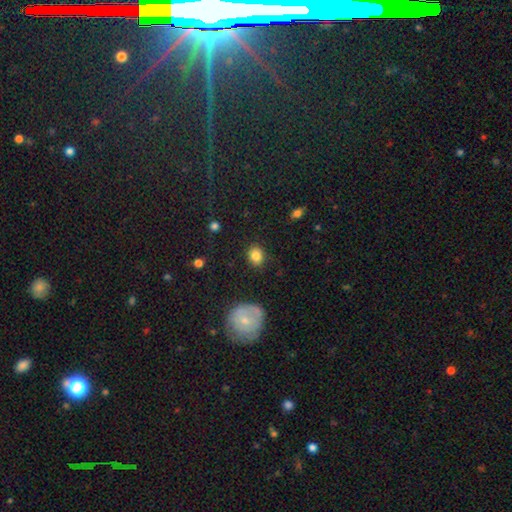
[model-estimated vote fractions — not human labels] Q: Smooth or featured?
A: smooth (84%); runner-up: star or artifact (9%)
Q: How rounded?
A: round (58%); runner-up: in between (41%)
Q: Merging?
A: none (87%); runner-up: minor disturbance (9%)